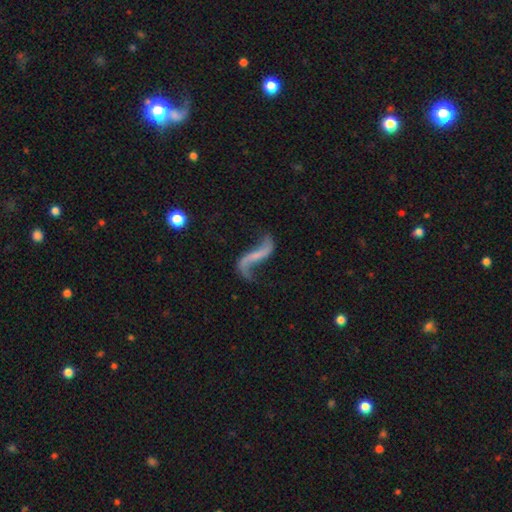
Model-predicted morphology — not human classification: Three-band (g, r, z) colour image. It shows a featured or disk galaxy (84%) with a strong bar (35%, tied with no), 2 (89%) loose (94%) spiral arms (92%) and no central bulge (60%). Merging: none (63%).